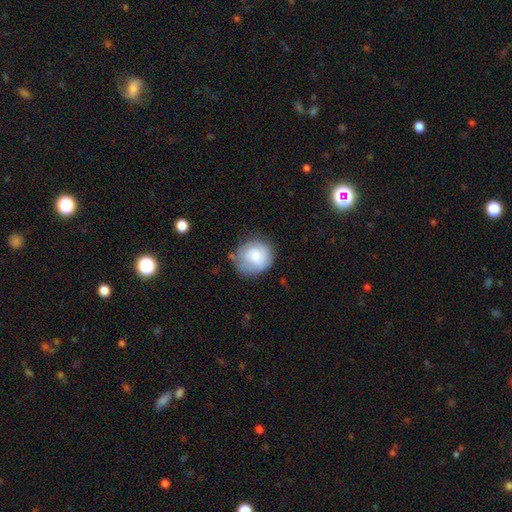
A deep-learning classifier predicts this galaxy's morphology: A smooth galaxy with no disk features (65%) that is round (79%). Merging: none (58%).